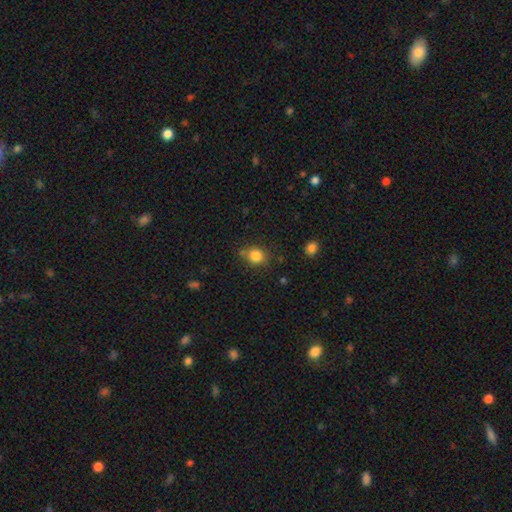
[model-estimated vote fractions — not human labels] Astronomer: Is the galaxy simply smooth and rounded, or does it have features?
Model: smooth — 83%.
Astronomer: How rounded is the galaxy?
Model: round — 74%.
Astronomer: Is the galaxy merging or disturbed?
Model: none — 73%.